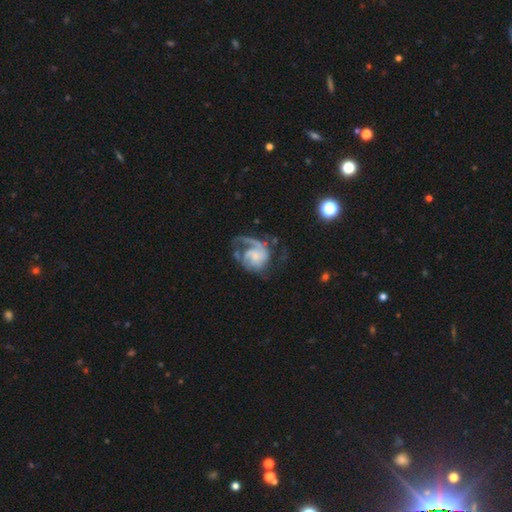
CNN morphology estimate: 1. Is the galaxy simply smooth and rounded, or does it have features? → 77% featured or disk, 17% smooth, 7% star or artifact.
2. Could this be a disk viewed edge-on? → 98% no, 2% yes.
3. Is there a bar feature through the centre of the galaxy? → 70% no, 26% weak, 5% strong.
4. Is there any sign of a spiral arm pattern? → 89% yes, 11% no.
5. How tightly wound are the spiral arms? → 41% medium, 31% tight, 28% loose.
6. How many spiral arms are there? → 46% 1, 26% 2, 14% can't tell, 8% 3, 3% 4, 2% more than 4.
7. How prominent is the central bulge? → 40% small, 27% none, 22% moderate, 9% large, 2% dominant.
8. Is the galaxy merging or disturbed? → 41% major disturbance, 36% none, 19% minor disturbance, 4% merger.